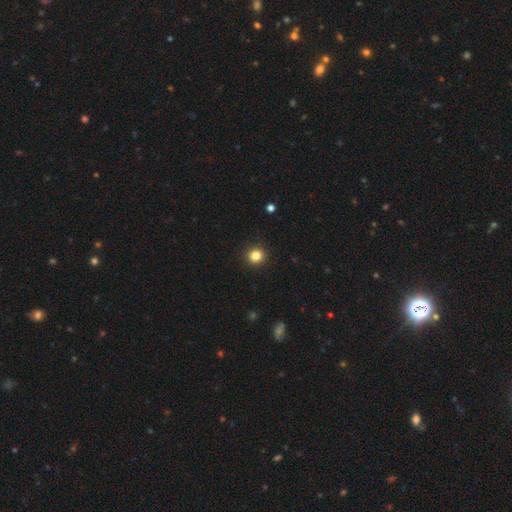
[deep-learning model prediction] Smooth or featured?
  - smooth: 84% *
  - star or artifact: 12%
  - featured or disk: 4%
How rounded?
  - round: 92% *
  - in between: 7%
  - cigar-shaped: 1%
Merging?
  - none: 93% *
  - minor disturbance: 5%
  - major disturbance: 2%
  - merger: 1%